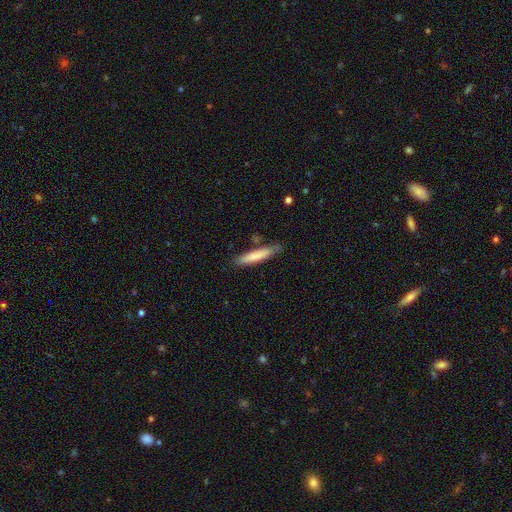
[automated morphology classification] A smooth galaxy with no disk features (78%) that is cigar-shaped (90%).

Vote fractions:
- Smooth or featured? smooth: 78% / featured or disk: 16% / star or artifact: 6%
- How rounded? cigar-shaped: 90% / in between: 9% / round: 1%
- Merging? none: 77% / minor disturbance: 16% / merger: 4% / major disturbance: 3%